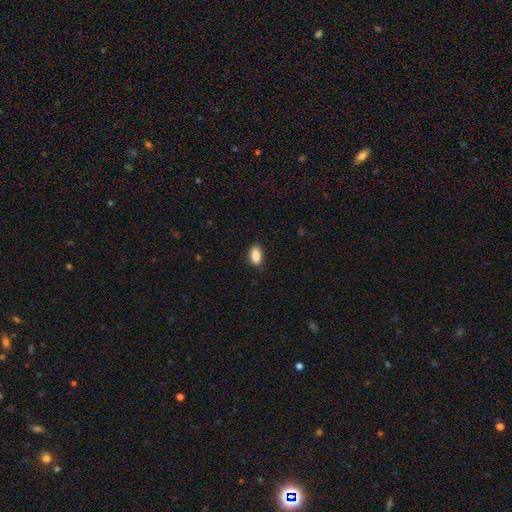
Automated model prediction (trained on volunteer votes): A smooth galaxy with no disk features (89%) that is in between round and cigar-shaped (90%).

Vote fractions:
- Smooth or featured? smooth: 89% / star or artifact: 8% / featured or disk: 4%
- How rounded? in between: 90% / cigar-shaped: 6% / round: 4%
- Merging? none: 79% / minor disturbance: 17% / major disturbance: 3% / merger: 1%